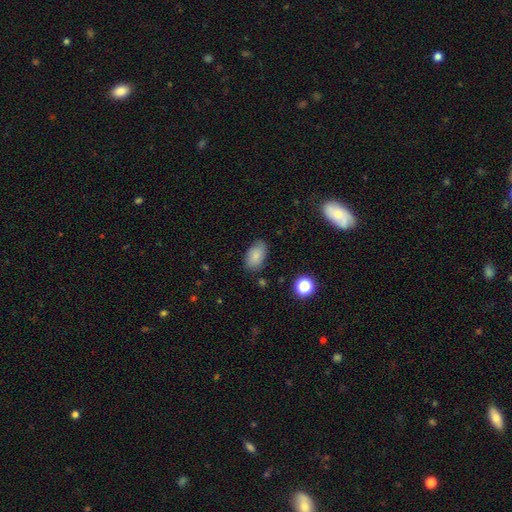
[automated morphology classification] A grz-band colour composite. It shows a smooth galaxy with no disk features (80%) that is in between round and cigar-shaped (91%). Merging: none (78%).